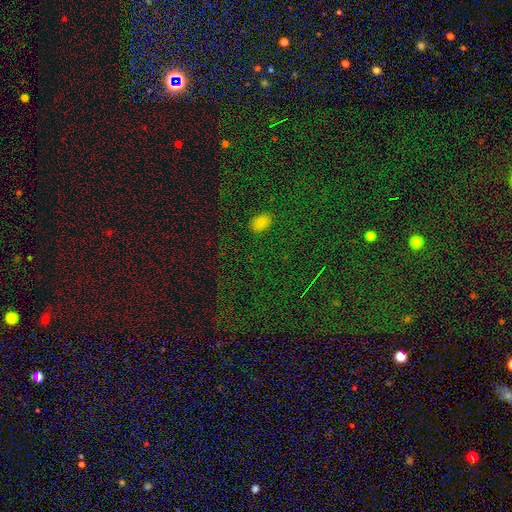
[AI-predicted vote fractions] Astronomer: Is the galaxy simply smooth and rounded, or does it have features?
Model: star or artifact — 70%.